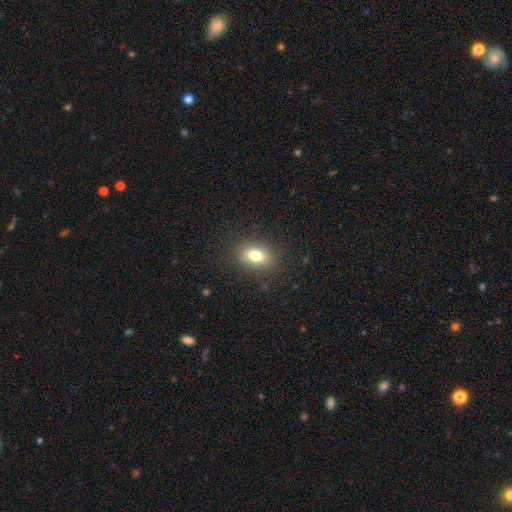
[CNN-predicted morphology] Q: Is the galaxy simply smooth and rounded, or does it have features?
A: smooth — 77%.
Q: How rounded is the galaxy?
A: in between — 75%.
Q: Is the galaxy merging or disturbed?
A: none — 85%.